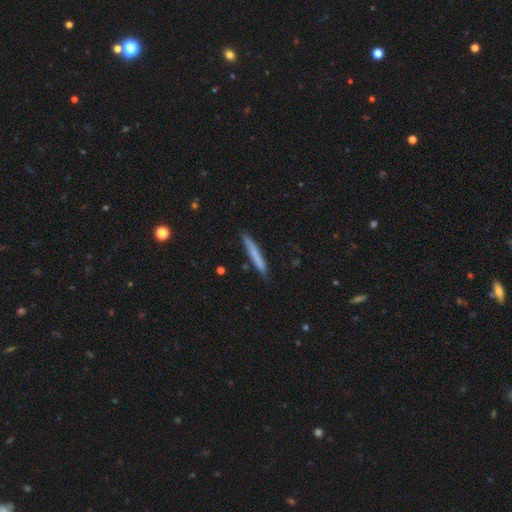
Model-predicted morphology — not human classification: smooth 69%, featured or disk 25%, star or artifact 6%. Down the decision tree: how rounded — cigar-shaped (96%); merging — none (85%).